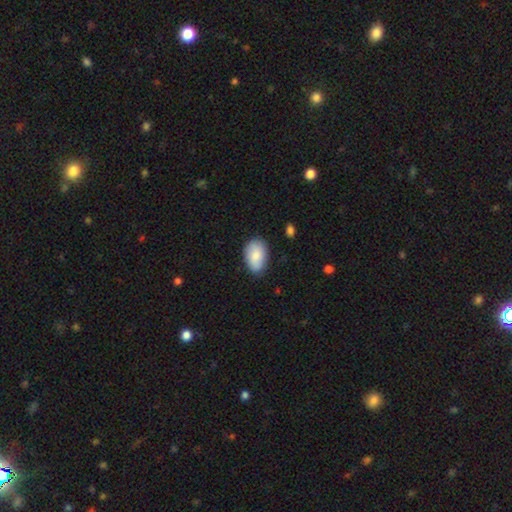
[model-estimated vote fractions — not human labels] Morphology: type=smooth (84%); roundness=in between (91%); merging=none (79%).